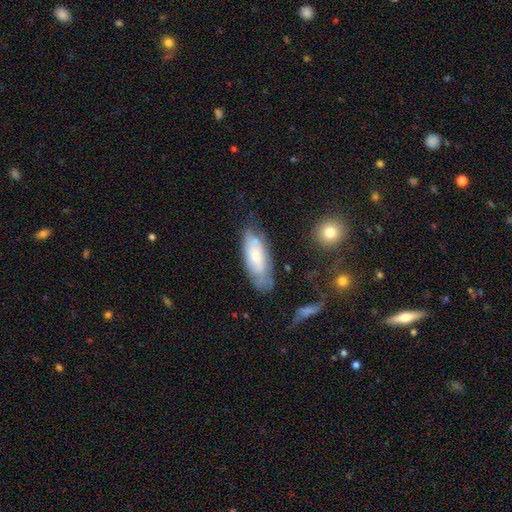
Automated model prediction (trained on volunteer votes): This is possibly a smooth galaxy (54%). How rounded: likely in between (75%). Merging: possibly none (59%).